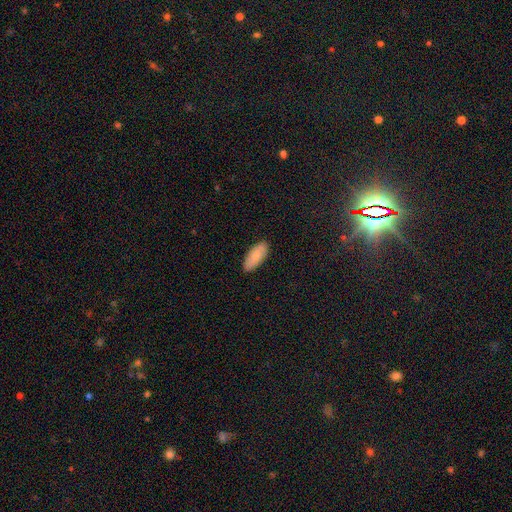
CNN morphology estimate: Overall: smooth (81%). How rounded: in between (86%). Merging: none (87%).